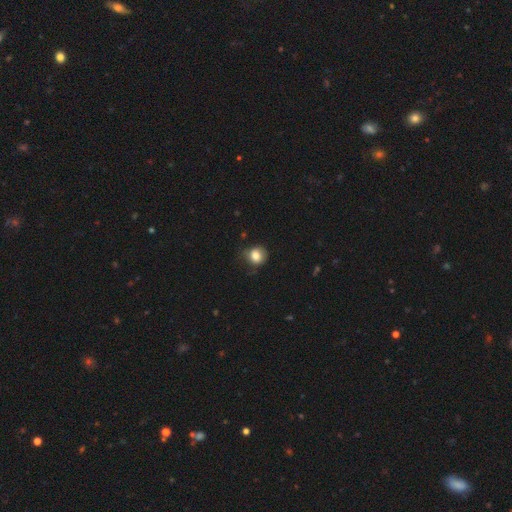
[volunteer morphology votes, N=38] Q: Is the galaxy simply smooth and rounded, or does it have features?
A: smooth — 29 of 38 (76%).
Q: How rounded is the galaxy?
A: round — 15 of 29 (52%).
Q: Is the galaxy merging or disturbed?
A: none — 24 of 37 (65%).